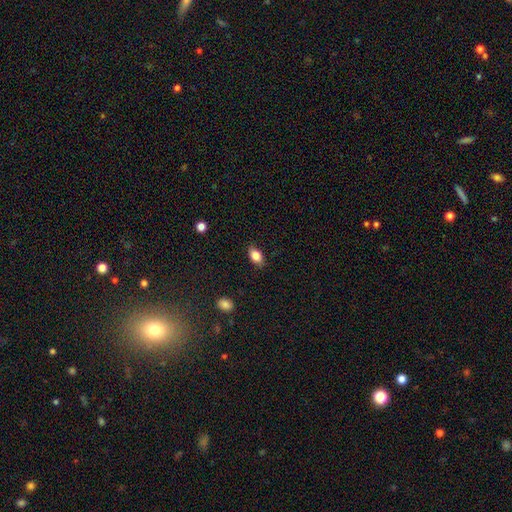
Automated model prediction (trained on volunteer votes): smooth 84%, star or artifact 8%, featured or disk 7%. Down the decision tree: how rounded — in between (86%); merging — none (84%).